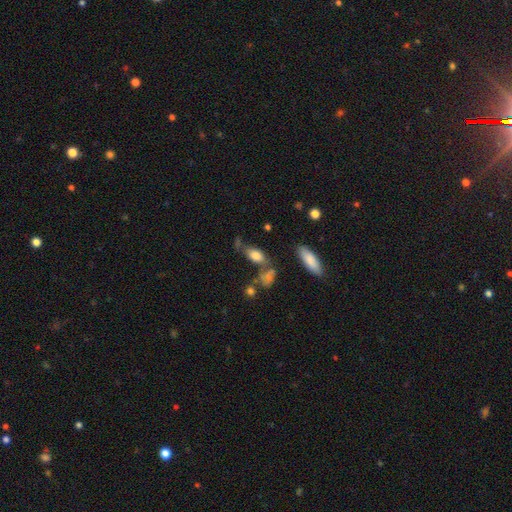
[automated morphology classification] Smooth or featured: smooth — 78% (featured or disk — 13%)
How rounded: in between — 86% (cigar-shaped — 8%)
Merging: none — 55% (minor disturbance — 19%)